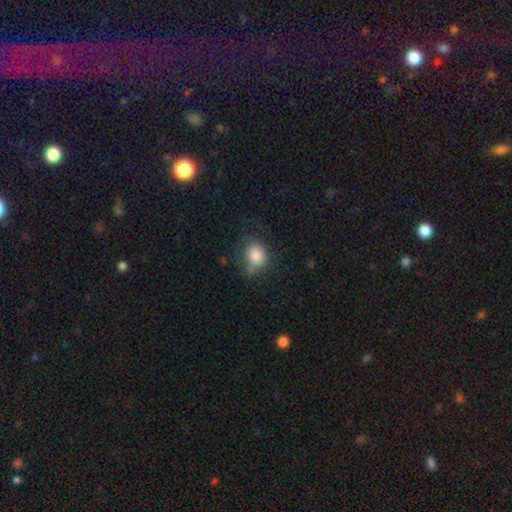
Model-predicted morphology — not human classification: A smooth galaxy with no disk features (79%) that is round (61%).

Vote fractions:
- Smooth or featured? smooth: 79% / featured or disk: 12% / star or artifact: 9%
- How rounded? round: 61% / in between: 38% / cigar-shaped: 1%
- Merging? none: 49% / minor disturbance: 29% / major disturbance: 18% / merger: 4%